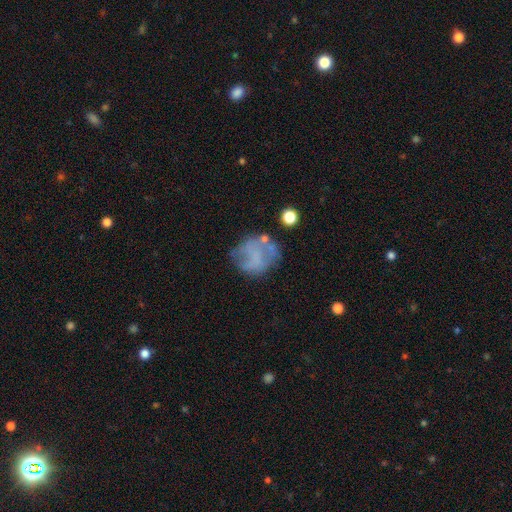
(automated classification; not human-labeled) A smooth galaxy with no disk features (45%).

Vote fractions:
- Smooth or featured? smooth: 45% / featured or disk: 43% / star or artifact: 12%
- Merging? none: 52% / minor disturbance: 23% / major disturbance: 19% / merger: 6%